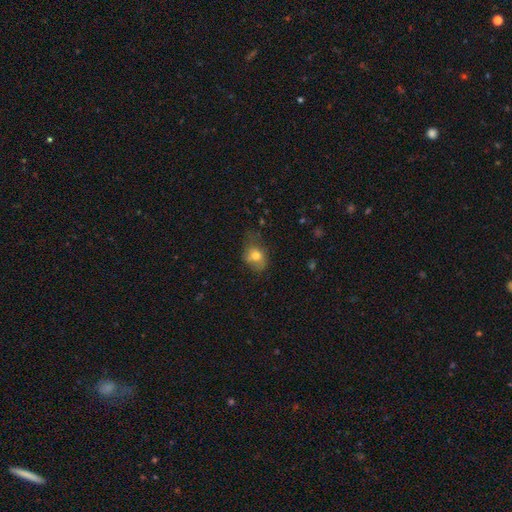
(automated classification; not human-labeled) smooth-or-featured: smooth: 69% | featured or disk: 20% | star or artifact: 10%
  how-rounded: in between: 63% | round: 35% | cigar-shaped: 2%
  merging: none: 46% | minor disturbance: 34% | major disturbance: 16% | merger: 3%